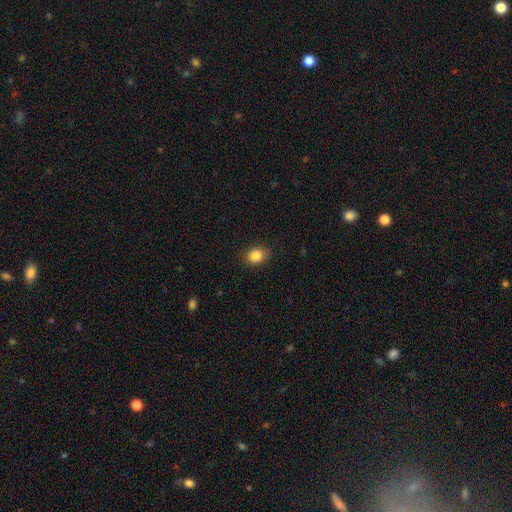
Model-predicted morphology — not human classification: Smooth or featured: smooth — 86% (star or artifact — 9%)
How rounded: in between — 56% (round — 43%)
Merging: none — 89% (minor disturbance — 8%)